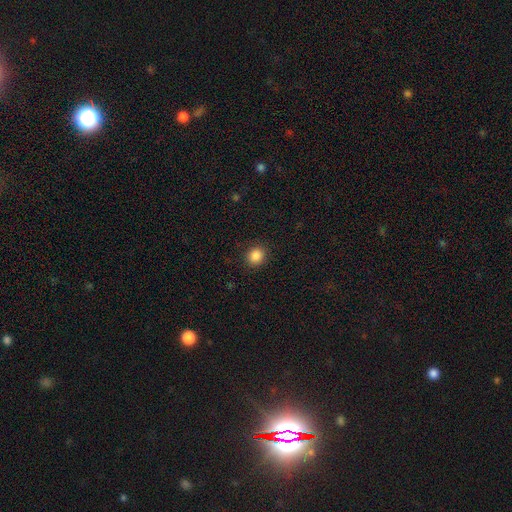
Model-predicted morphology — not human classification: Smooth or featured?
  - smooth: 87% *
  - star or artifact: 10%
  - featured or disk: 3%
How rounded?
  - round: 80% *
  - in between: 19%
  - cigar-shaped: 1%
Merging?
  - none: 90% *
  - minor disturbance: 7%
  - major disturbance: 2%
  - merger: 1%